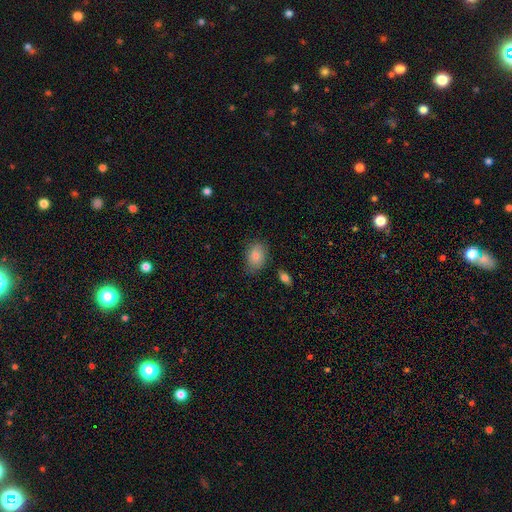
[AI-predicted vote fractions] The model was most divided on "how rounded": in between: 77%, round: 21%, cigar-shaped: 1%. More confident: smooth or featured — smooth (78%); merging — none (76%).